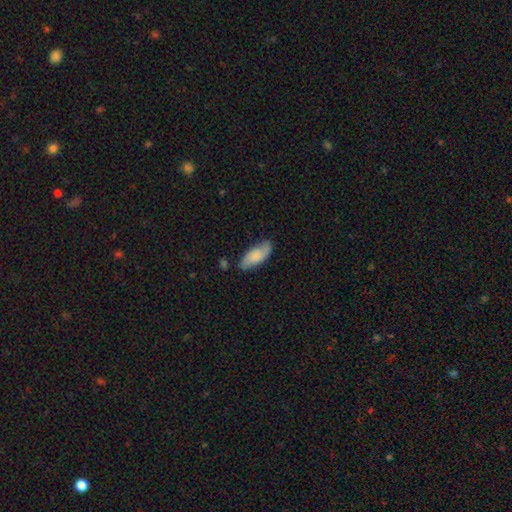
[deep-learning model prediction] smooth_or_featured: smooth (p=0.72) [alt: featured or disk p=0.22]
how_rounded: in between (p=0.82) [alt: cigar-shaped p=0.16]
merging: none (p=0.73) [alt: minor disturbance p=0.20]